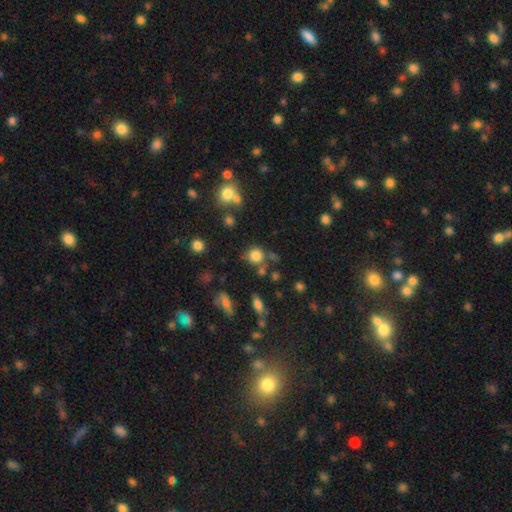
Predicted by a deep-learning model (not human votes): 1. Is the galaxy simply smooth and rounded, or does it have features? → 80% smooth, 13% star or artifact, 7% featured or disk.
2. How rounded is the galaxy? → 87% round, 12% in between, 1% cigar-shaped.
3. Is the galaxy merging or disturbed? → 67% none, 14% merger, 13% minor disturbance, 5% major disturbance.